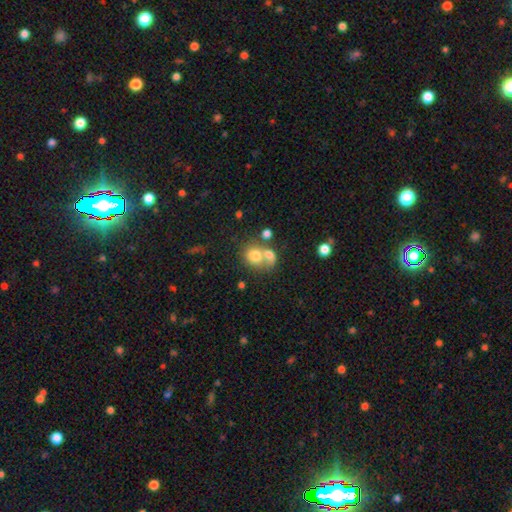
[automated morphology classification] Overall: smooth (72%). How rounded: round (58%; in between 41%). Merging: merger (59%; none 27%).